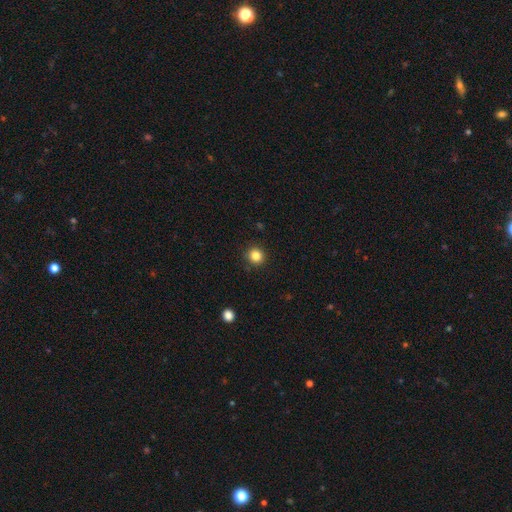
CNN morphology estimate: smooth_or_featured: smooth (p=0.83) [alt: star or artifact p=0.12]
how_rounded: round (p=0.93) [alt: in between p=0.06]
merging: none (p=0.91) [alt: minor disturbance p=0.06]